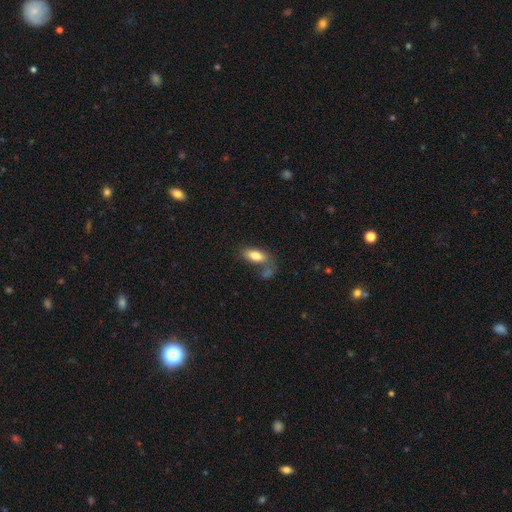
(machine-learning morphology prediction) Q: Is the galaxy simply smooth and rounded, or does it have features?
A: smooth — 78%.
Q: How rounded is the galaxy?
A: in between — 86%.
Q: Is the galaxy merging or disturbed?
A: none — 47%.